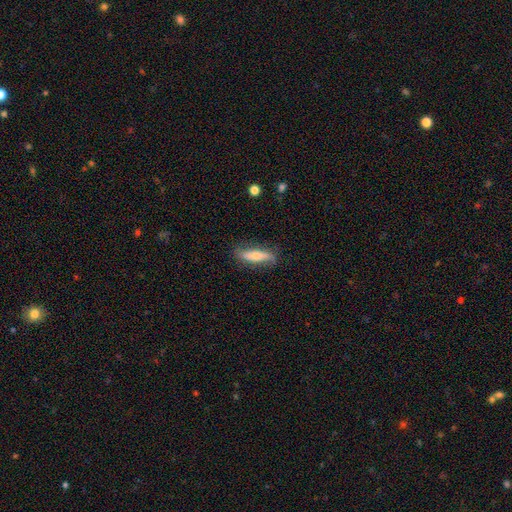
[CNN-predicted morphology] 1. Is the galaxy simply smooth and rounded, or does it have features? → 51% featured or disk, 41% smooth, 7% star or artifact.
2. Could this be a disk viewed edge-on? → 54% yes, 46% no.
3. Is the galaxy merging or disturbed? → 76% none, 18% minor disturbance, 4% major disturbance, 1% merger.